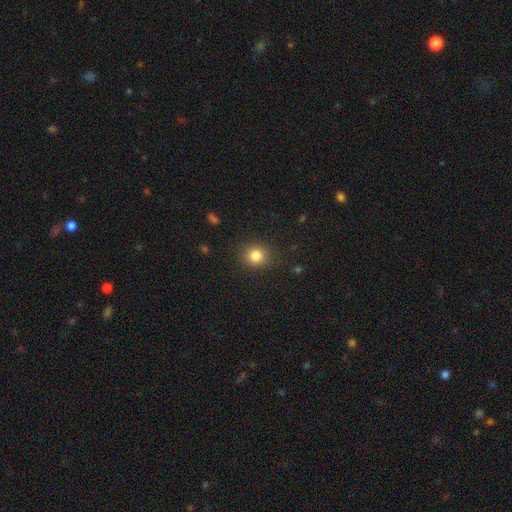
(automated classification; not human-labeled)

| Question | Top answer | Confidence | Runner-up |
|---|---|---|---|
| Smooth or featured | smooth | 83% | star or artifact (11%) |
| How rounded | round | 83% | in between (17%) |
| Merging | none | 88% | minor disturbance (8%) |